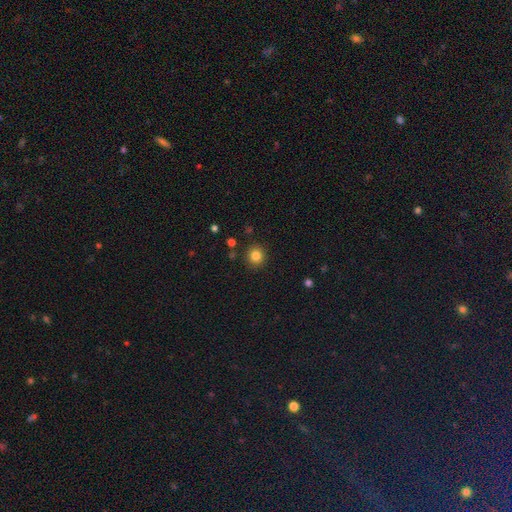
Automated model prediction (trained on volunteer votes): Smooth or featured? Predicted: smooth (p=0.83). How rounded? Predicted: round (p=0.90). Merging? Predicted: none (p=0.90).